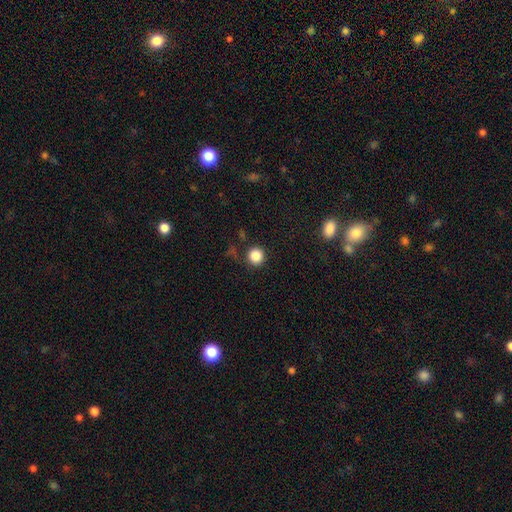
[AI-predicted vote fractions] Q: Smooth or featured?
A: smooth (86%); runner-up: star or artifact (10%)
Q: How rounded?
A: round (94%); runner-up: in between (5%)
Q: Merging?
A: none (87%); runner-up: minor disturbance (7%)